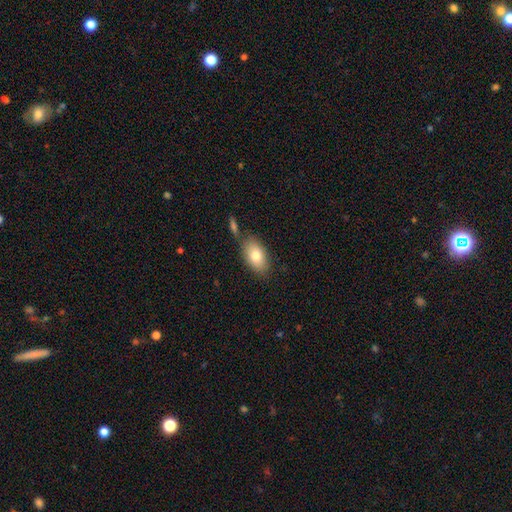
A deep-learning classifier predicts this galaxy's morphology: smooth 79%, featured or disk 13%, star or artifact 7%. Down the decision tree: how rounded — in between (91%); merging — none (71%).